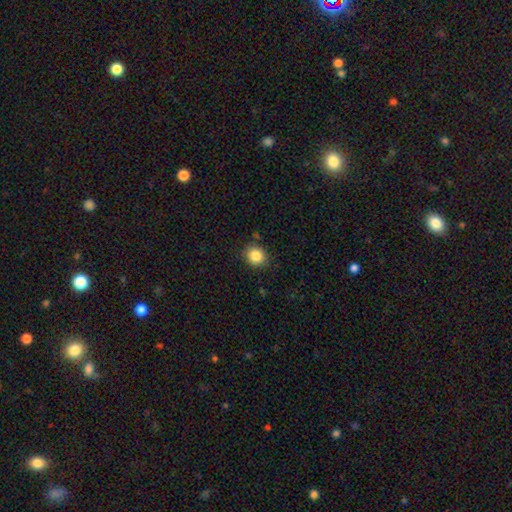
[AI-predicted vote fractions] Smooth or featured?
  - smooth: 85% *
  - star or artifact: 10%
  - featured or disk: 5%
How rounded?
  - round: 82% *
  - in between: 17%
  - cigar-shaped: 1%
Merging?
  - none: 87% *
  - minor disturbance: 9%
  - major disturbance: 2%
  - merger: 2%